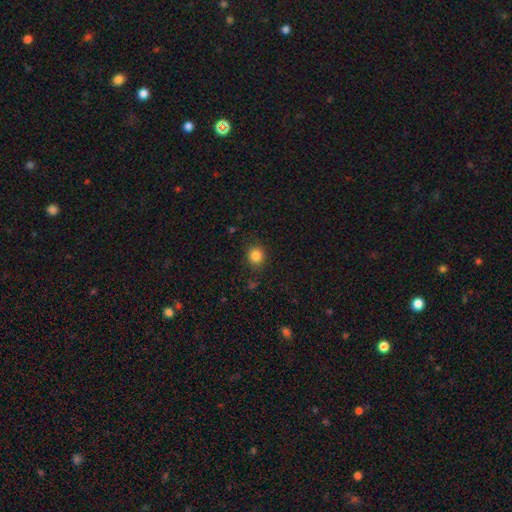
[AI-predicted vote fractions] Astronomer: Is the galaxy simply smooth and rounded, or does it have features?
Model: smooth — 84%.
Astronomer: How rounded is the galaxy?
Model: round — 84%.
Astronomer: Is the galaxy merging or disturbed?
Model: none — 87%.